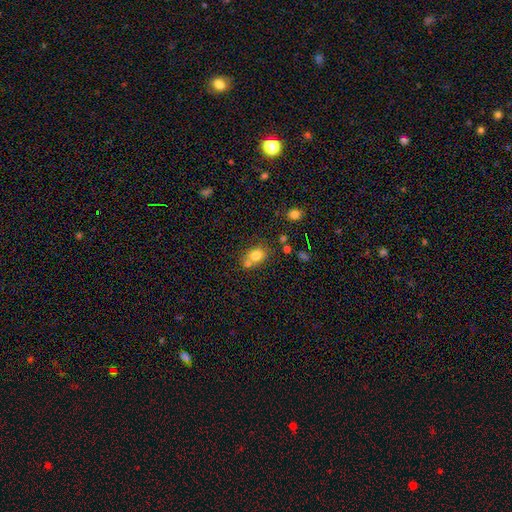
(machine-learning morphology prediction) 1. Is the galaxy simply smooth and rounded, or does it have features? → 77% smooth, 11% star or artifact, 11% featured or disk.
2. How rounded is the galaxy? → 54% round, 45% in between, 1% cigar-shaped.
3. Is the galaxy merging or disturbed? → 49% none, 36% merger, 12% minor disturbance, 4% major disturbance.